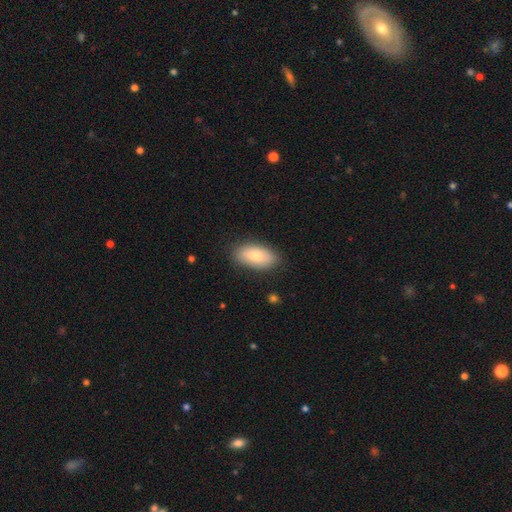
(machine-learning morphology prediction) smooth_or_featured: smooth (p=0.78) [alt: featured or disk p=0.15]
how_rounded: in between (p=0.93) [alt: round p=0.04]
merging: none (p=0.83) [alt: minor disturbance p=0.13]